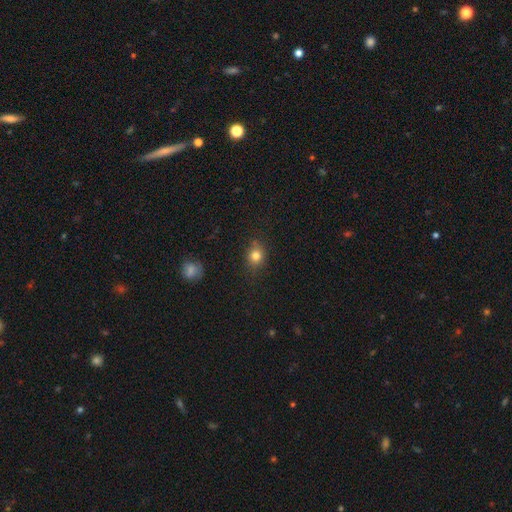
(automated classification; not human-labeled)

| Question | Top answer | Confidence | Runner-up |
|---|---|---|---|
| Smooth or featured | smooth | 80% | star or artifact (13%) |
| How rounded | round | 69% | in between (30%) |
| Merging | none | 80% | minor disturbance (15%) |